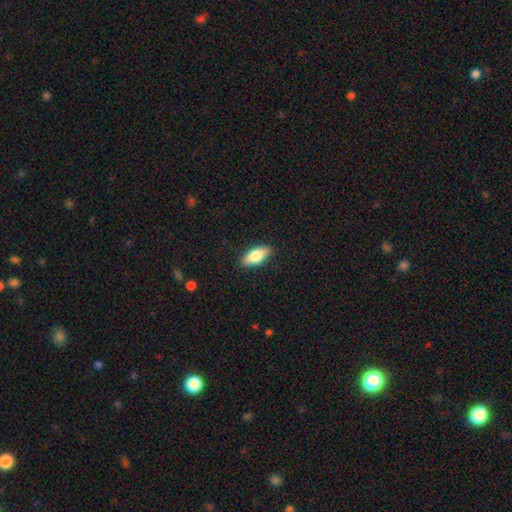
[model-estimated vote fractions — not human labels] The model was most divided on "how rounded": in between: 79%, cigar-shaped: 19%, round: 2%. More confident: merging — none (88%); smooth or featured — smooth (79%).